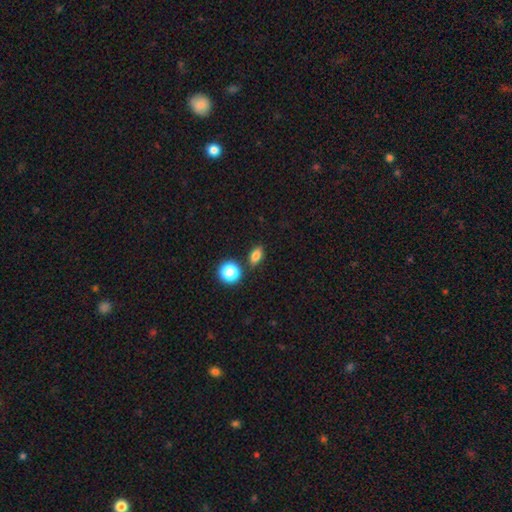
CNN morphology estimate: Smooth or featured? smooth (79%)
How rounded? in between (73%)
Merging? none (81%)